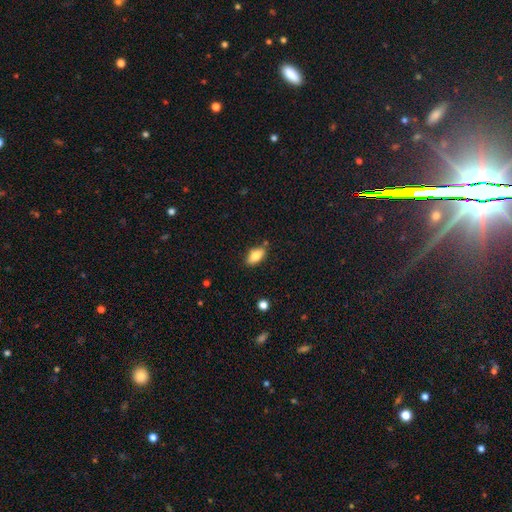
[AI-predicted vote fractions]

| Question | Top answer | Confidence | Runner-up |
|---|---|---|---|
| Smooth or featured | smooth | 80% | featured or disk (13%) |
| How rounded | in between | 89% | cigar-shaped (7%) |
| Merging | none | 80% | minor disturbance (14%) |